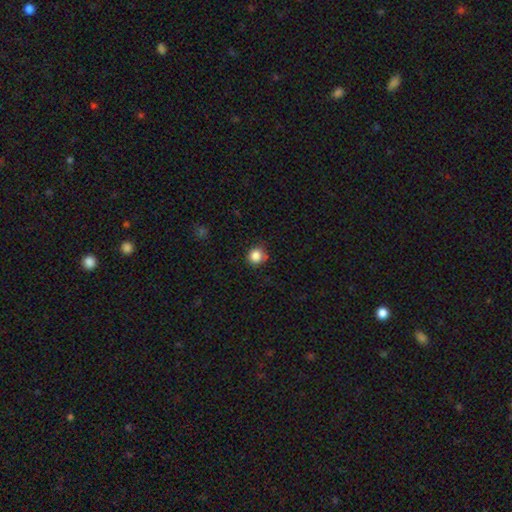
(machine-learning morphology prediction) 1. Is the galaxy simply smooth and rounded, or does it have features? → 85% smooth, 11% star or artifact, 4% featured or disk.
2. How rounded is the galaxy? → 89% round, 10% in between, 1% cigar-shaped.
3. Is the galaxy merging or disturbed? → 78% none, 16% minor disturbance, 3% major disturbance, 3% merger.